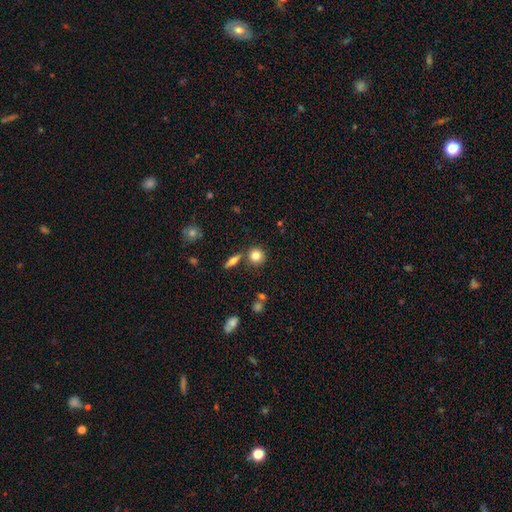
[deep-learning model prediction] Smooth or featured? smooth (81%)
How rounded? round (88%)
Merging? none (77%)